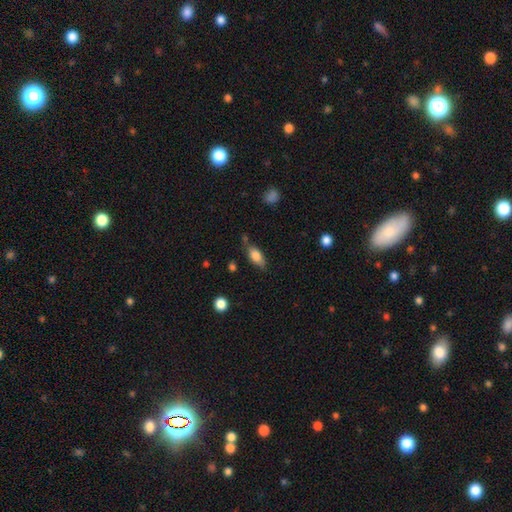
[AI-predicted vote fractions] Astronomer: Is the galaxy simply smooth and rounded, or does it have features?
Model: smooth — 79%.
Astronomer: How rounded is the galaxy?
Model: in between — 83%.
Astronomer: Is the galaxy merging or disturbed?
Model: none — 68%.